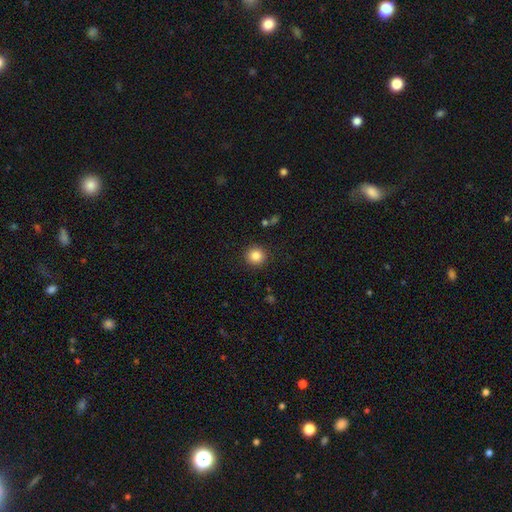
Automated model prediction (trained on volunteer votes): smooth_or_featured: smooth (p=0.85) [alt: star or artifact p=0.10]
how_rounded: round (p=0.94) [alt: in between p=0.06]
merging: none (p=0.91) [alt: minor disturbance p=0.06]